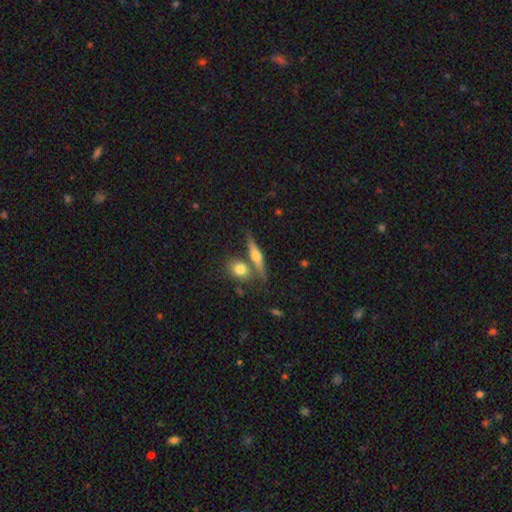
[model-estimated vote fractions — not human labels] smooth_or_featured: featured or disk (p=0.51) [alt: smooth p=0.41]
disk_edge_on: yes (p=0.90) [alt: no p=0.10]
merging: none (p=0.64) [alt: merger p=0.21]